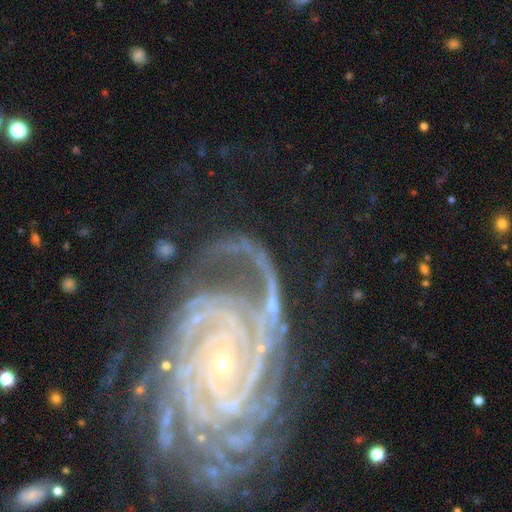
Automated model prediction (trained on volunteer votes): A featured or disk galaxy (87%) with no bar (65%), 2 (20%) tight (70%) spiral arms (97%) and a small central bulge (85%). Merging: none (58%).